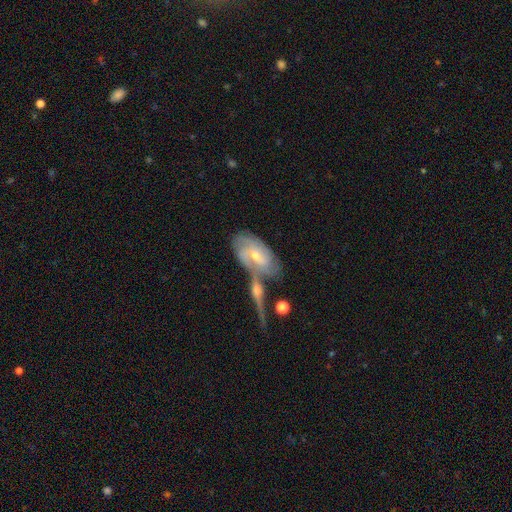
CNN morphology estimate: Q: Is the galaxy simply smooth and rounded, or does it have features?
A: featured or disk — 75%.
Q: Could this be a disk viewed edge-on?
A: no — 89%.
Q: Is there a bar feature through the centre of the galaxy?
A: no — 50%.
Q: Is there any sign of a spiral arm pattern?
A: yes — 90%.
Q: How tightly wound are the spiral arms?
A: tight — 57%.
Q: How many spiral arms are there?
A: can't tell — 40%.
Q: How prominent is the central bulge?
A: small — 52%.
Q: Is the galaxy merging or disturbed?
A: none — 42%.